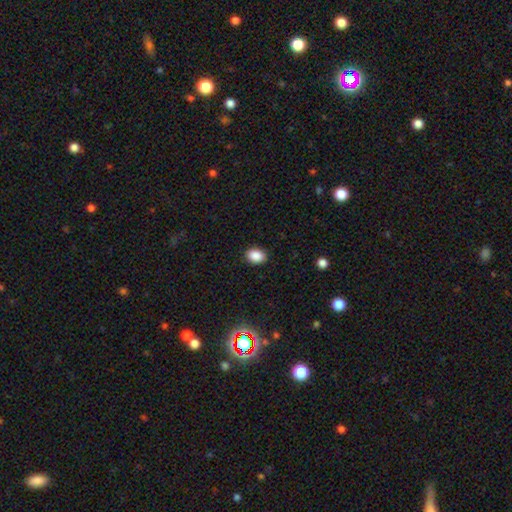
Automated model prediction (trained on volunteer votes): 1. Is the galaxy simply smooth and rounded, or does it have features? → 88% smooth, 9% star or artifact, 3% featured or disk.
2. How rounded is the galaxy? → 75% in between, 24% round, 1% cigar-shaped.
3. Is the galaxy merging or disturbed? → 89% none, 8% minor disturbance, 2% major disturbance, 1% merger.